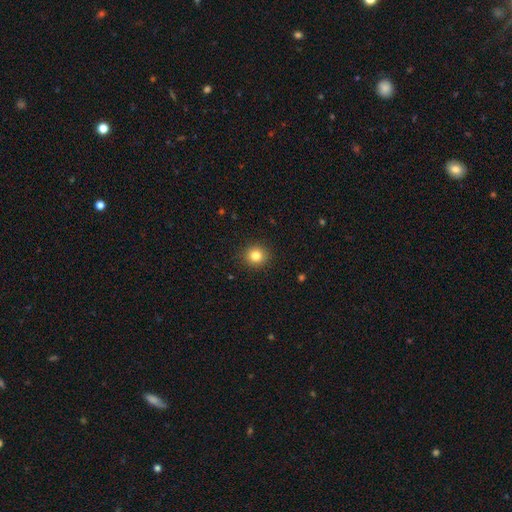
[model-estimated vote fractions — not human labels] Q: Smooth or featured?
A: smooth (82%); runner-up: star or artifact (12%)
Q: How rounded?
A: round (90%); runner-up: in between (9%)
Q: Merging?
A: none (91%); runner-up: minor disturbance (6%)